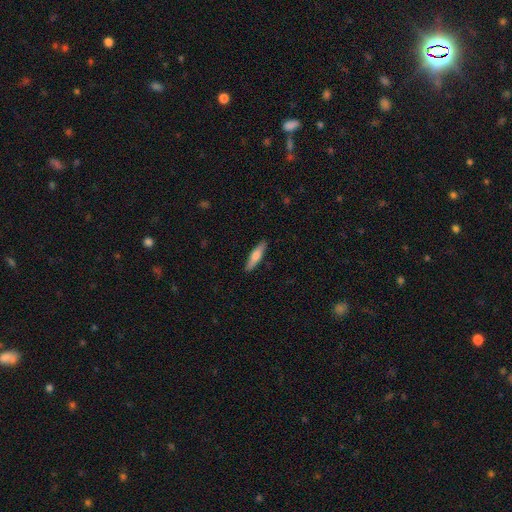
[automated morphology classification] Smooth or featured? smooth (67%)
How rounded? cigar-shaped (79%)
Merging? none (90%)